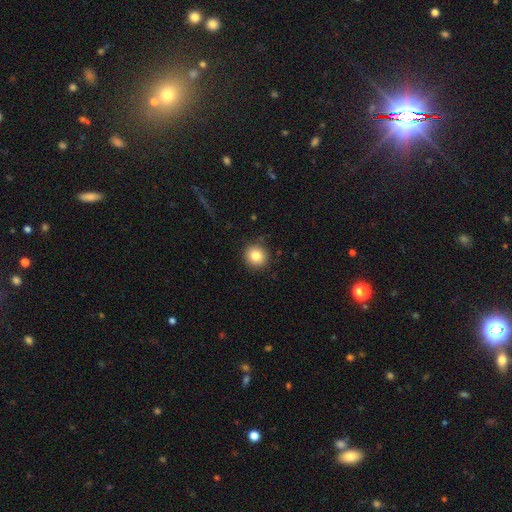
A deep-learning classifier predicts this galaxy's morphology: Smooth or featured: smooth — 82% (star or artifact — 10%)
How rounded: round — 92% (in between — 7%)
Merging: none — 90% (minor disturbance — 7%)